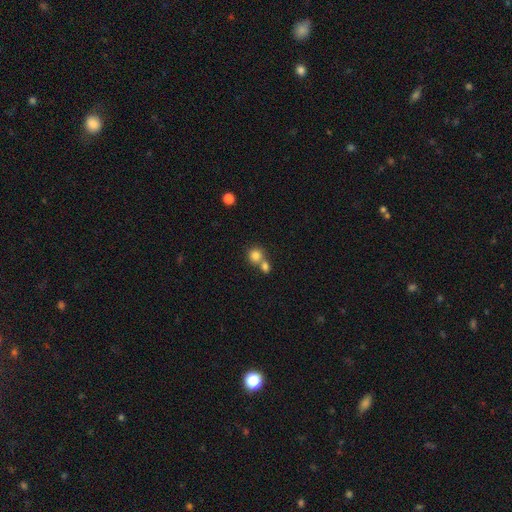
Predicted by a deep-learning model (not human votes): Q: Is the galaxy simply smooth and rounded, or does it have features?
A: smooth — 82%.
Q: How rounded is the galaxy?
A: round — 86%.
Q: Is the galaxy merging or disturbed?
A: merger — 47%.